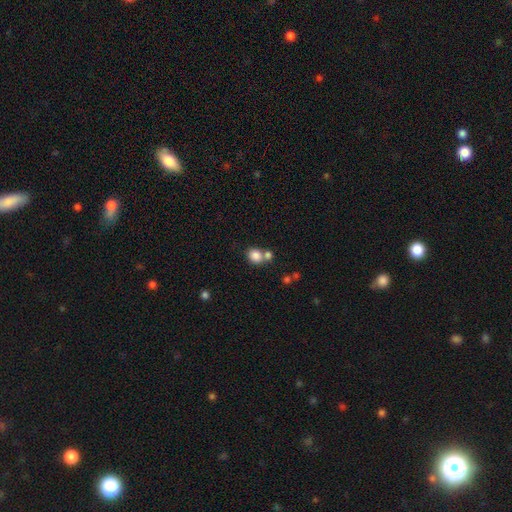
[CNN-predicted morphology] A smooth galaxy with no disk features (84%) that is round (68%).

Vote fractions:
- Smooth or featured? smooth: 84% / star or artifact: 10% / featured or disk: 6%
- How rounded? round: 68% / in between: 31% / cigar-shaped: 1%
- Merging? none: 51% / merger: 36% / minor disturbance: 9% / major disturbance: 4%